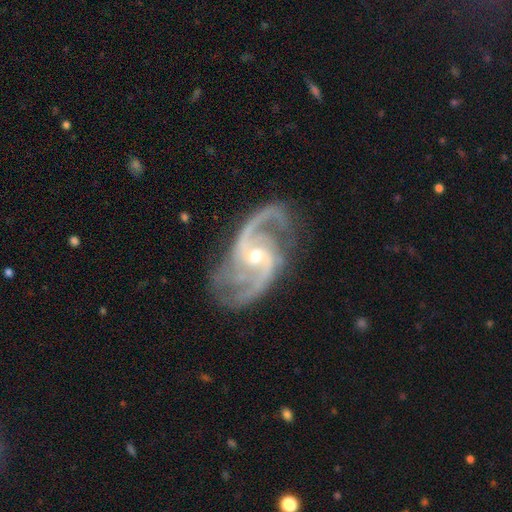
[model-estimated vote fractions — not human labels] A featured or disk galaxy (93%) with no bar (43%), 2 (72%) medium (58%) spiral arms (99%) and a moderate central bulge (51%).

Vote fractions:
- Smooth or featured? featured or disk: 93% / star or artifact: 4% / smooth: 2%
- Edge-on disk? no: 98% / yes: 2%
- Bar? no: 43% / weak: 40% / strong: 17%
- Spiral arms? yes: 99% / no: 1%
- Spiral winding? medium: 58% / loose: 22% / tight: 19%
- Spiral arm count? 2: 72% / 3: 14% / can't tell: 4% / 4: 4% / 1: 3% / more than 4: 3%
- Bulge size? moderate: 51% / small: 45% / large: 2% / none: 1% / dominant: 1%
- Merging? none: 76% / minor disturbance: 16% / major disturbance: 7% / merger: 2%